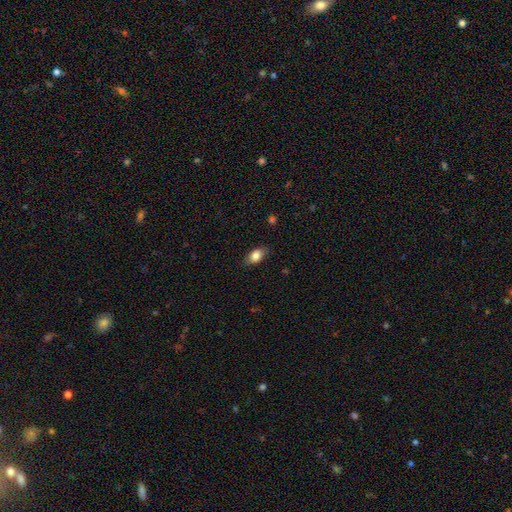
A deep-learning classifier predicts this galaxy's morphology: Q: Smooth or featured?
A: smooth (83%); runner-up: featured or disk (10%)
Q: How rounded?
A: in between (86%); runner-up: round (11%)
Q: Merging?
A: none (81%); runner-up: minor disturbance (15%)